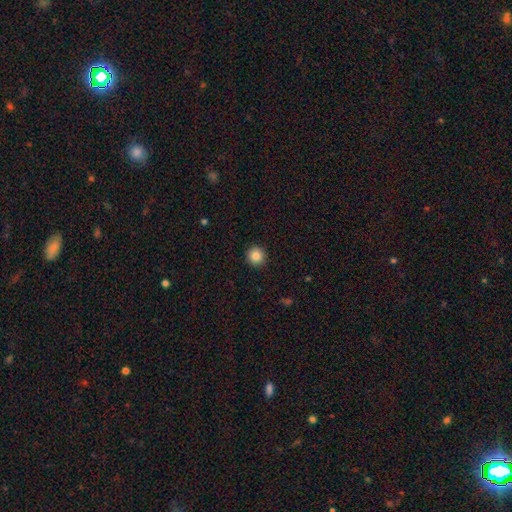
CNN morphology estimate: smooth-or-featured: smooth: 86% | star or artifact: 10% | featured or disk: 5%
  how-rounded: round: 95% | in between: 5% | cigar-shaped: 1%
  merging: none: 93% | minor disturbance: 5% | major disturbance: 2% | merger: 1%